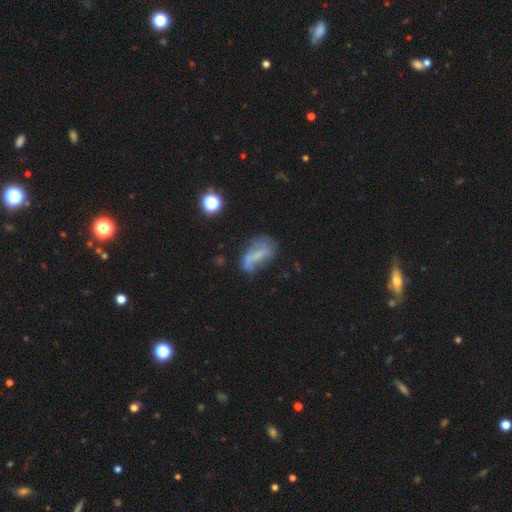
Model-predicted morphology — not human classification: Smooth or featured? featured or disk (50%)
Merging? none (39%)